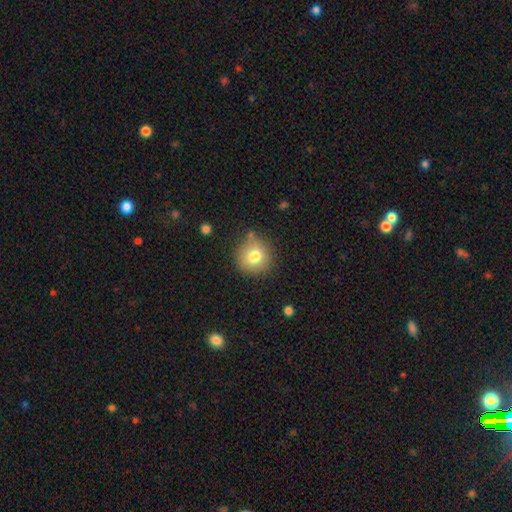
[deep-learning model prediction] The model was most divided on "merging": none: 73%, minor disturbance: 17%, merger: 5%, major disturbance: 4%. More confident: how rounded — round (90%); smooth or featured — smooth (77%).